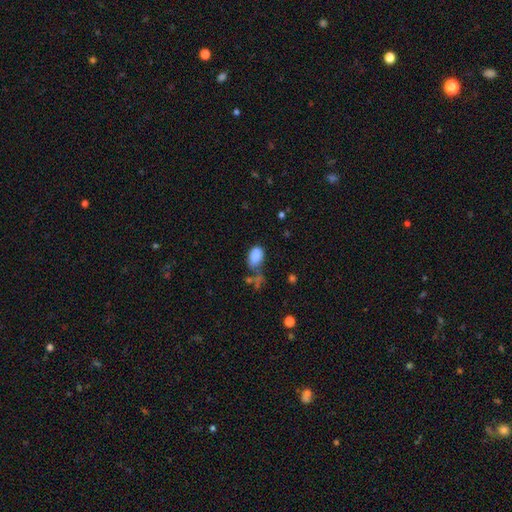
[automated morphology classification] This appears to be a smooth galaxy with no disk features (85%) that is in between round and cigar-shaped (89%). Merging: none (47%).